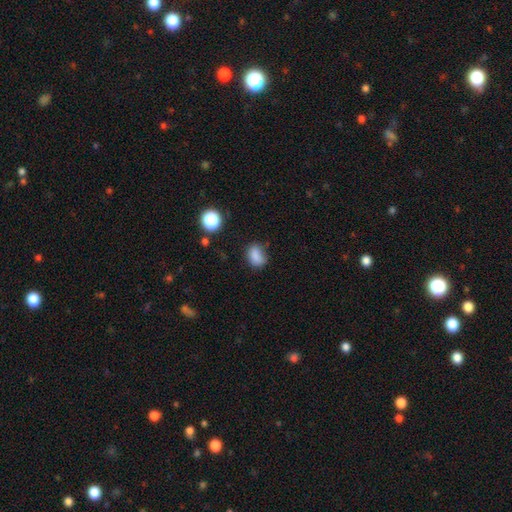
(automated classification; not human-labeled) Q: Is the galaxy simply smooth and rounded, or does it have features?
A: smooth — 82%.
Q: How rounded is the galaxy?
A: in between — 69%.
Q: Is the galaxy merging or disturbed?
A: none — 61%.